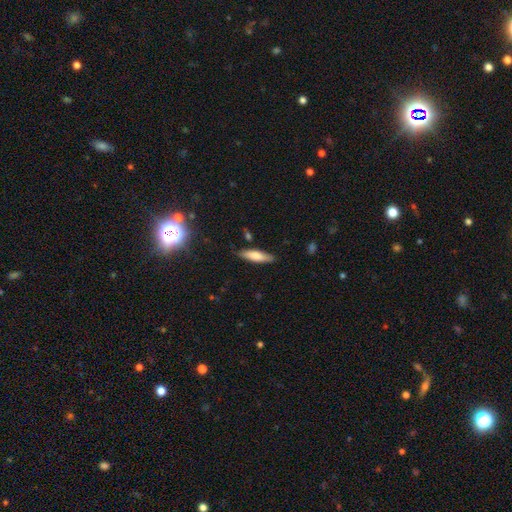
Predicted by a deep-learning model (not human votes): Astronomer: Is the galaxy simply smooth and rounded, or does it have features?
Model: smooth — 70%.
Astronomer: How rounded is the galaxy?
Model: cigar-shaped — 63%.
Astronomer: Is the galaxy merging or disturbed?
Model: none — 84%.